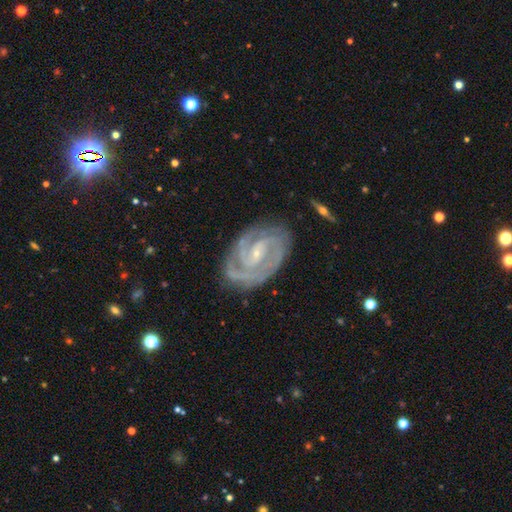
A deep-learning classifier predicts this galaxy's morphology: Smooth or featured? Predicted: featured or disk (p=0.86). Edge-on disk? Predicted: no (p=0.97). Bar? Predicted: weak (p=0.49). Spiral arms? Predicted: yes (p=0.97). Spiral winding? Predicted: tight (p=0.65). Spiral arm count? Predicted: 2 (p=0.65). Bulge size? Predicted: small (p=0.67). Merging? Predicted: none (p=0.76).